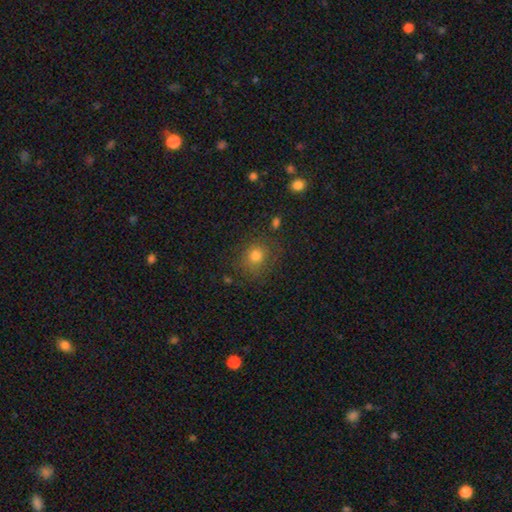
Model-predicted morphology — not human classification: This is likely a smooth galaxy (78%). How rounded: clearly round (81%). Merging: likely none (78%).